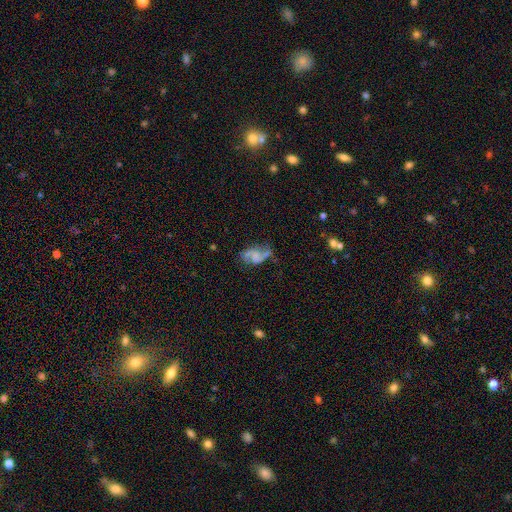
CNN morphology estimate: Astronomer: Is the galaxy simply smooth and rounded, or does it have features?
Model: featured or disk — 66%.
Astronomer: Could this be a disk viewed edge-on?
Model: no — 97%.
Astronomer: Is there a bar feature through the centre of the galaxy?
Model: no — 59%.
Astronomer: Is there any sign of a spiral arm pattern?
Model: yes — 81%.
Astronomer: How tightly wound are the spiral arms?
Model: loose — 58%.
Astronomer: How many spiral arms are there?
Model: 2 — 84%.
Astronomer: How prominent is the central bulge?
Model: none — 59%.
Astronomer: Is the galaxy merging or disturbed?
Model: none — 45% (runner-up: minor disturbance, 26%).